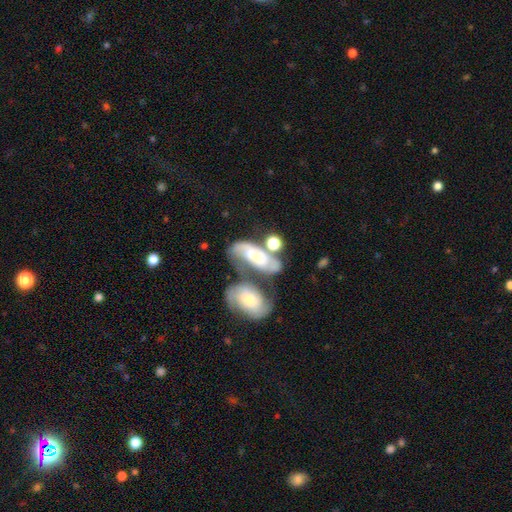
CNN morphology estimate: featured or disk 56%, smooth 35%, star or artifact 9%. Down the decision tree: edge-on disk — no (91%); bar — no (60%); spiral arms — yes (80%); bulge size — small (39%); merging — merger (45%).